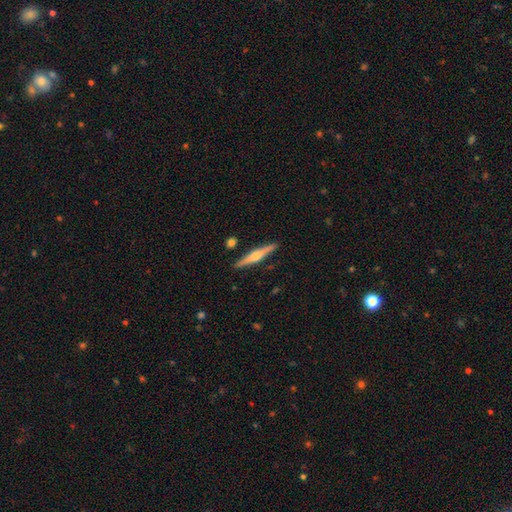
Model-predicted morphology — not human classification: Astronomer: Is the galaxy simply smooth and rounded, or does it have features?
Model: featured or disk — 65%.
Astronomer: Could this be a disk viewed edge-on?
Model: yes — 98%.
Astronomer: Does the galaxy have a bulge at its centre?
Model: rounded — 81%.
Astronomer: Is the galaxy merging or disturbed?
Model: none — 90%.